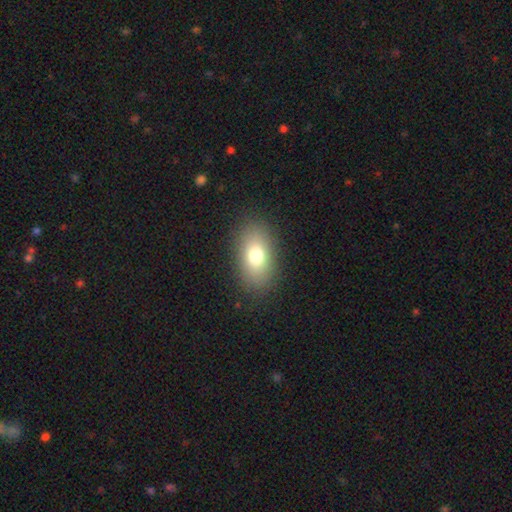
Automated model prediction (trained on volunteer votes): smooth_or_featured: smooth (p=0.77) [alt: featured or disk p=0.13]
how_rounded: in between (p=0.89) [alt: round p=0.09]
merging: none (p=0.86) [alt: minor disturbance p=0.09]